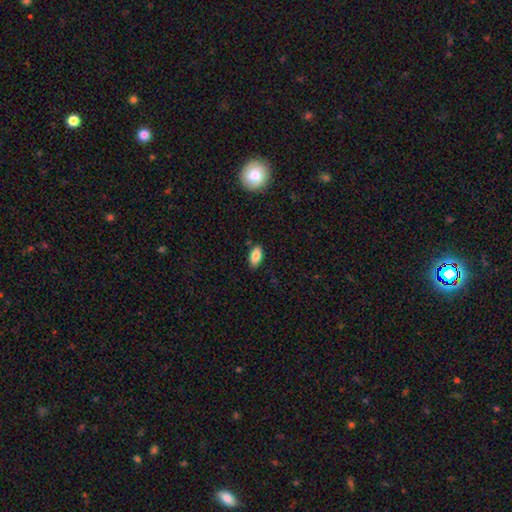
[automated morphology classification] smooth-or-featured: smooth: 85% | star or artifact: 8% | featured or disk: 7%
  how-rounded: in between: 92% | cigar-shaped: 5% | round: 3%
  merging: none: 85% | minor disturbance: 11% | major disturbance: 2% | merger: 2%